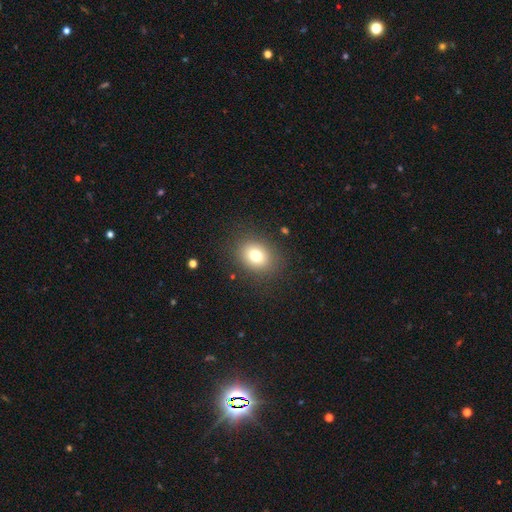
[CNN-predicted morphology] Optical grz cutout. It shows a smooth galaxy with no disk features (77%) that is round (51%). Merging: none (86%).